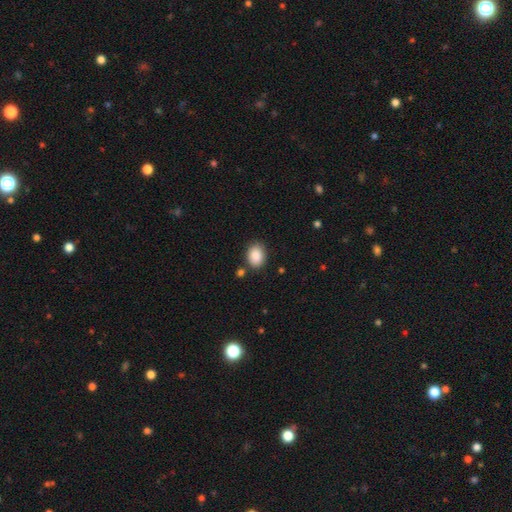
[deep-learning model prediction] A smooth galaxy with no disk features (89%) that is in between round and cigar-shaped (71%).

Vote fractions:
- Smooth or featured? smooth: 89% / star or artifact: 7% / featured or disk: 4%
- How rounded? in between: 71% / round: 28% / cigar-shaped: 1%
- Merging? none: 81% / minor disturbance: 12% / merger: 4% / major disturbance: 3%